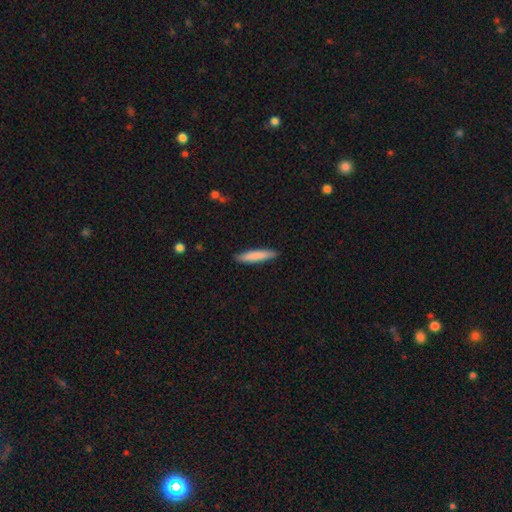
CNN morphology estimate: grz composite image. It shows a smooth galaxy with no disk features (84%) that is cigar-shaped (87%). Merging: none (89%).